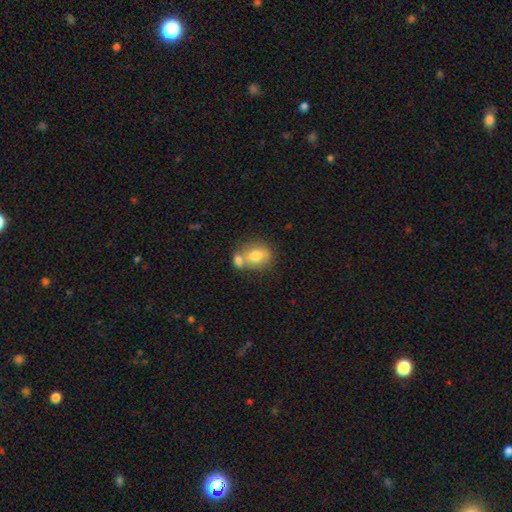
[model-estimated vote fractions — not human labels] A smooth galaxy with no disk features (74%) that is round (54%).

Vote fractions:
- Smooth or featured? smooth: 74% / featured or disk: 18% / star or artifact: 8%
- How rounded? round: 54% / in between: 44% / cigar-shaped: 1%
- Merging? none: 43% / merger: 40% / minor disturbance: 13% / major disturbance: 5%